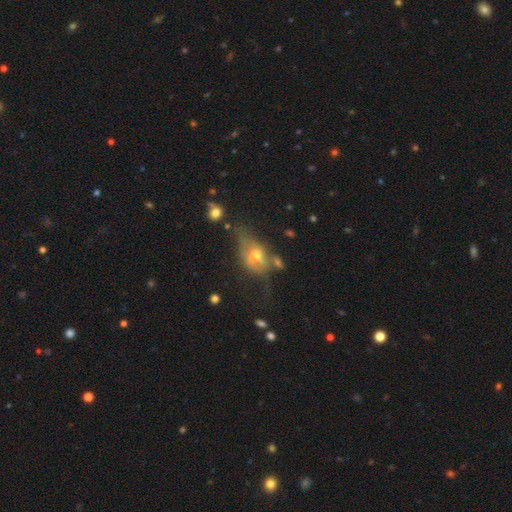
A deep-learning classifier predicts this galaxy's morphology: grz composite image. It shows a featured or disk galaxy (44%). Merging: major disturbance (32%).